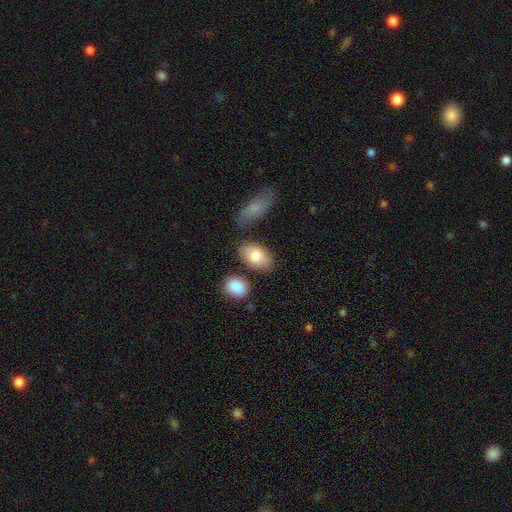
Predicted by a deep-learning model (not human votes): Overall: smooth (80%). How rounded: in between (91%). Merging: none (74%).